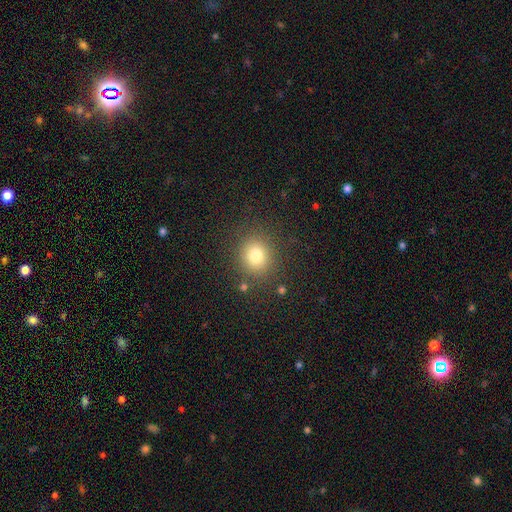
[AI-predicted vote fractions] Morphology: type=smooth (79%); roundness=round (85%); merging=none (86%).